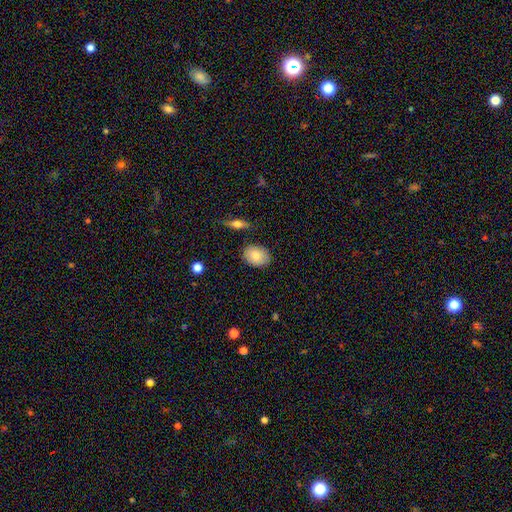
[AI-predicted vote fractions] Smooth or featured? Predicted: smooth (p=0.78). How rounded? Predicted: in between (p=0.76). Merging? Predicted: none (p=0.81).